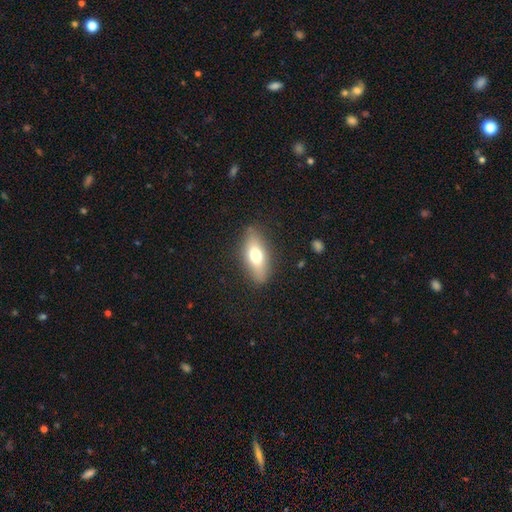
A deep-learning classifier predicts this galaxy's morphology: Smooth or featured? Predicted: smooth (p=0.68). How rounded? Predicted: in between (p=0.74). Merging? Predicted: none (p=0.84).